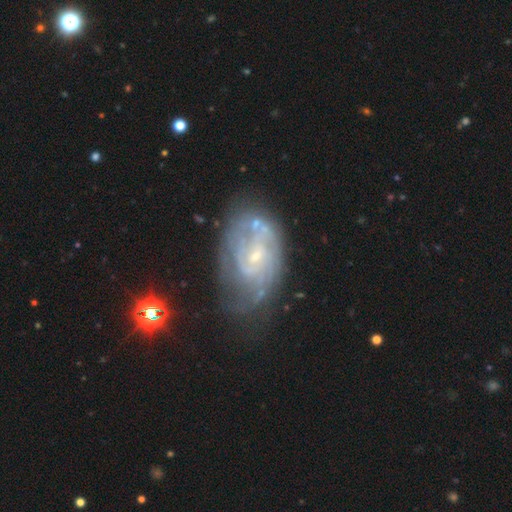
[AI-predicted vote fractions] A featured or disk galaxy (78%) with no bar (52%), tight (53%) spiral arms (83%) and a small central bulge (74%). Merging: none (52%).